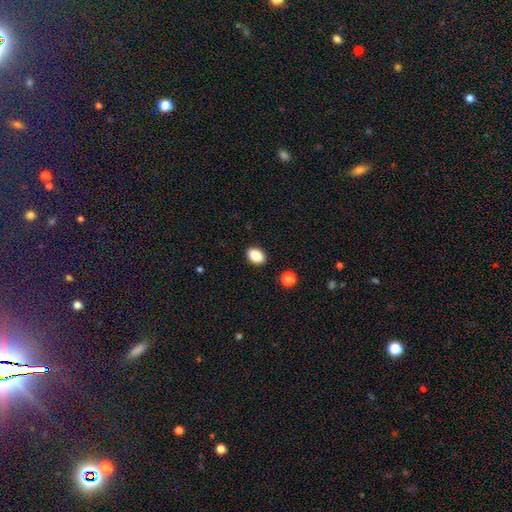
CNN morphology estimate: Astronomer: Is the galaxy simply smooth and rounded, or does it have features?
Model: smooth — 87%.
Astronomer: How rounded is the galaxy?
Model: in between — 81%.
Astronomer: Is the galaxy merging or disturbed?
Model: none — 89%.